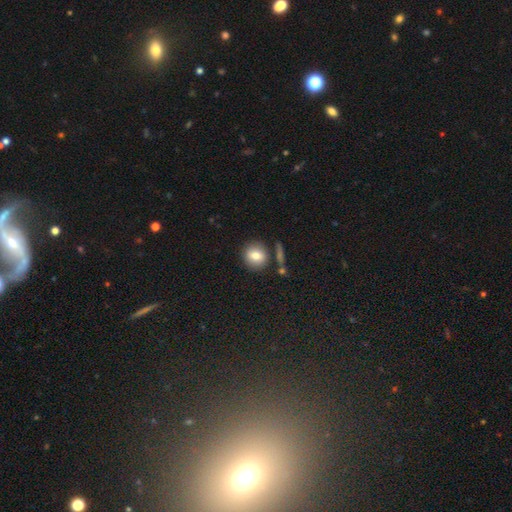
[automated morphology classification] smooth_or_featured: smooth (p=0.79) [alt: featured or disk p=0.12]
how_rounded: round (p=0.84) [alt: in between p=0.15]
merging: none (p=0.76) [alt: minor disturbance p=0.11]